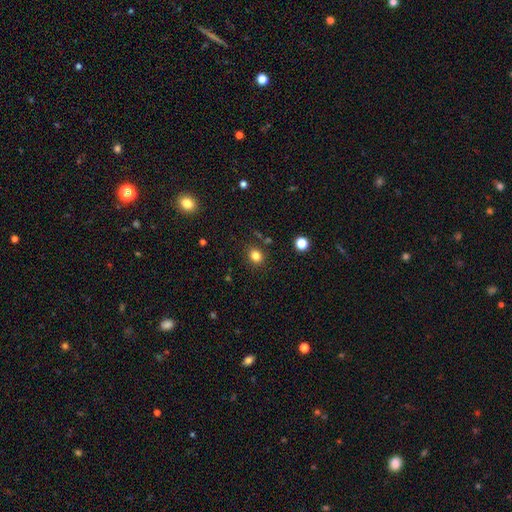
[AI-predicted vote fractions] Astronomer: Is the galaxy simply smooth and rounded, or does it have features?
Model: smooth — 82%.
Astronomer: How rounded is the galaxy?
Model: round — 73%.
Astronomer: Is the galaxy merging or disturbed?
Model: none — 86%.